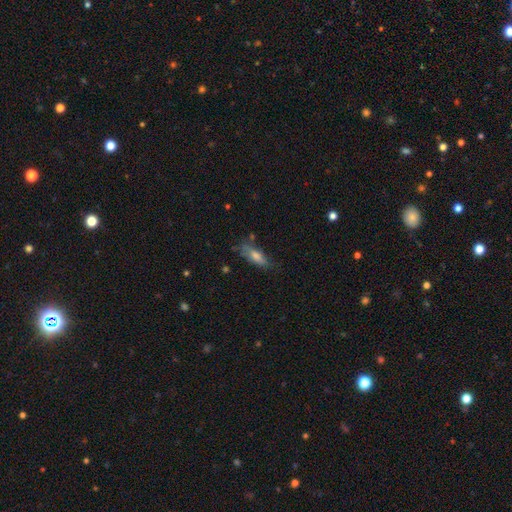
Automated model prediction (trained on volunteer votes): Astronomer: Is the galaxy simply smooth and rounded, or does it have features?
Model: smooth — 58%.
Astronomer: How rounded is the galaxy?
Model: in between — 52% (runner-up: cigar-shaped, 45%).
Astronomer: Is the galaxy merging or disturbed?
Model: none — 64%.